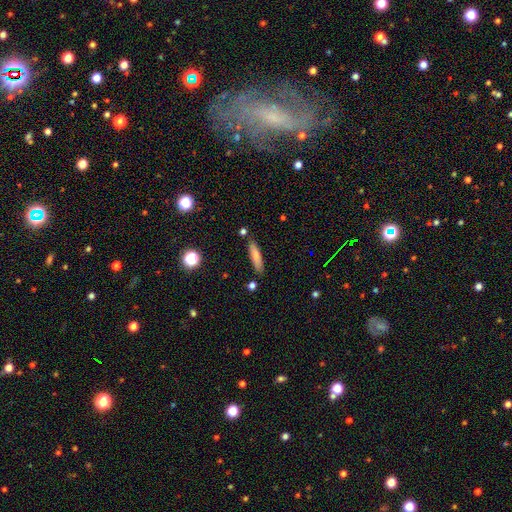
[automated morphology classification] A smooth galaxy with no disk features (76%) that is cigar-shaped (78%).

Vote fractions:
- Smooth or featured? smooth: 76% / featured or disk: 16% / star or artifact: 8%
- How rounded? cigar-shaped: 78% / in between: 20% / round: 2%
- Merging? none: 84% / minor disturbance: 11% / merger: 4% / major disturbance: 2%